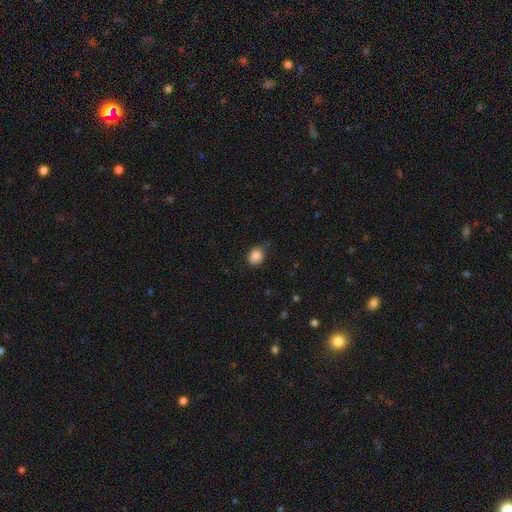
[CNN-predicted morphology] smooth 85%, star or artifact 9%, featured or disk 6%. Down the decision tree: how rounded — in between (55%); merging — none (60%).